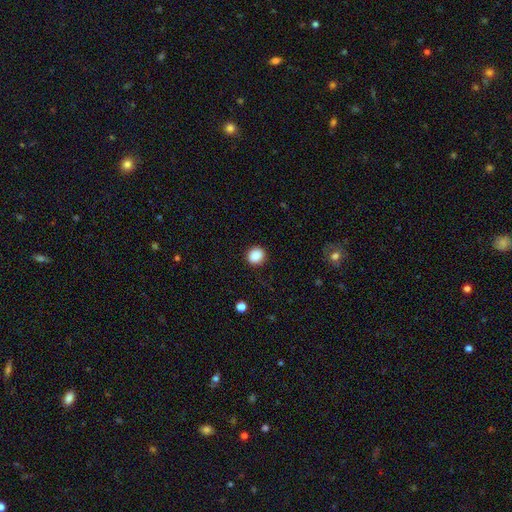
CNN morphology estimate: This appears to be a smooth galaxy with no disk features (88%) that is round (86%). Merging: none (91%).